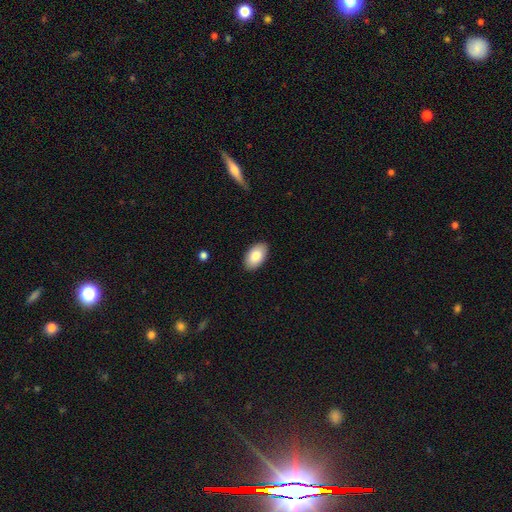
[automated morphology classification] The model was most divided on "smooth or featured": smooth: 83%, featured or disk: 11%, star or artifact: 6%. More confident: how rounded — in between (95%); merging — none (89%).